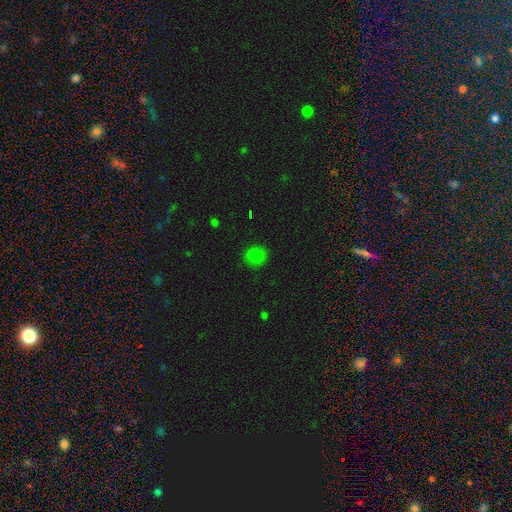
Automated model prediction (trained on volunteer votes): A smooth galaxy with no disk features (79%) that is round (86%). Merging: none (87%).